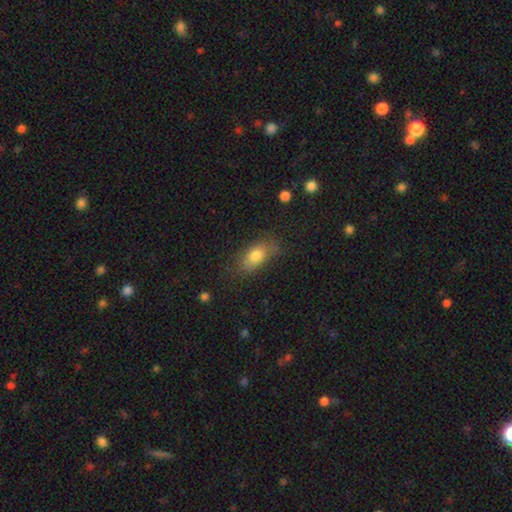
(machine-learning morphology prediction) Smooth or featured?
  - smooth: 77% *
  - featured or disk: 14%
  - star or artifact: 9%
How rounded?
  - in between: 84% *
  - round: 9%
  - cigar-shaped: 8%
Merging?
  - none: 68% *
  - minor disturbance: 22%
  - major disturbance: 8%
  - merger: 2%